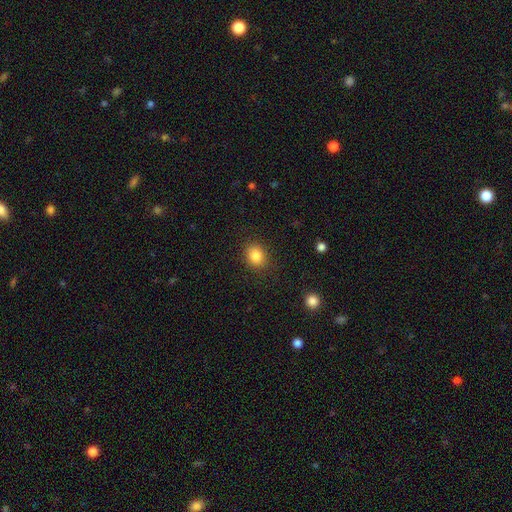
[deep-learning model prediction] This appears to be a smooth galaxy with no disk features (85%) that is round (57%). Merging: none (87%).